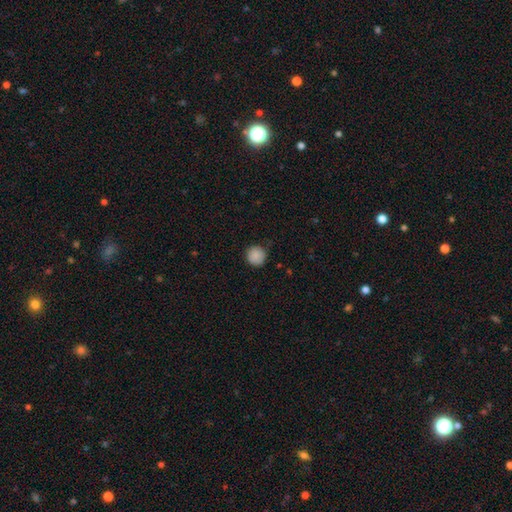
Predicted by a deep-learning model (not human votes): smooth-or-featured: smooth: 87% | star or artifact: 8% | featured or disk: 5%
  how-rounded: round: 94% | in between: 5% | cigar-shaped: 1%
  merging: none: 81% | minor disturbance: 15% | major disturbance: 3% | merger: 1%